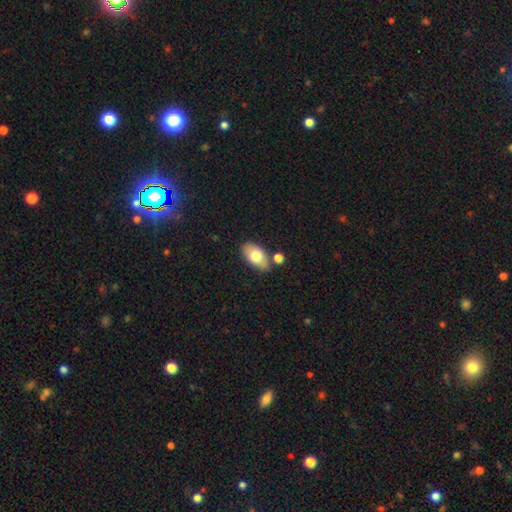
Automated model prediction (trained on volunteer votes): smooth_or_featured: smooth (p=0.72) [alt: featured or disk p=0.21]
how_rounded: in between (p=0.92) [alt: round p=0.06]
merging: none (p=0.72) [alt: minor disturbance p=0.15]